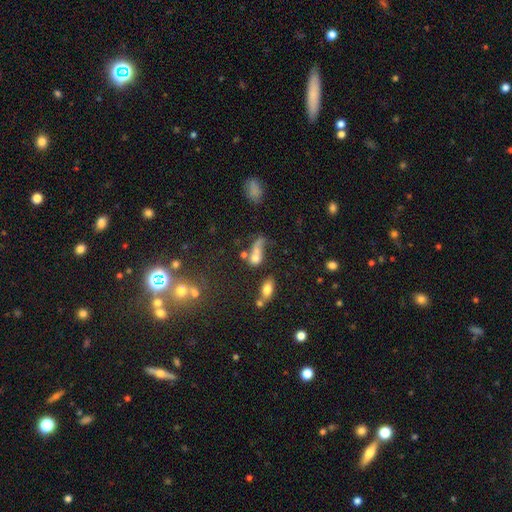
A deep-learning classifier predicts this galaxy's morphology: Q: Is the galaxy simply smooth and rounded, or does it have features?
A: smooth — 59%.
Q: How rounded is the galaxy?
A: in between — 64%.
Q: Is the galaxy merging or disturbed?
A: merger — 45%.